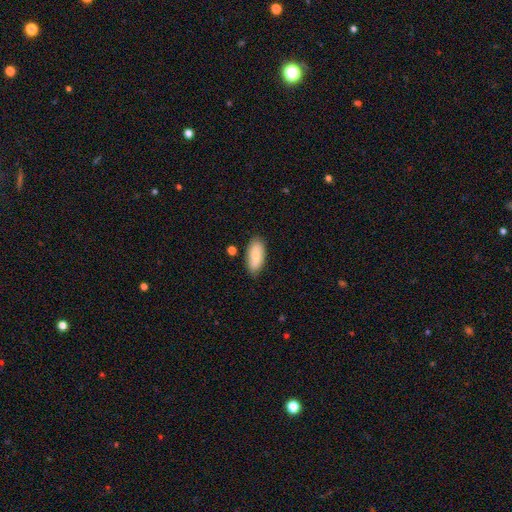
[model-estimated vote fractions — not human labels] Overall: smooth (75%). How rounded: in between (86%). Merging: none (81%).